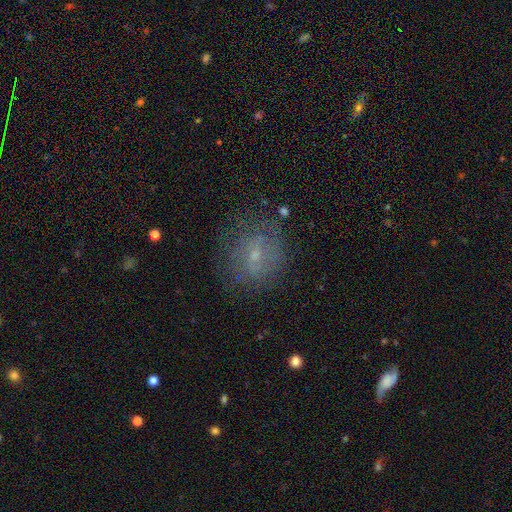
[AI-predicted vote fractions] Morphology: type=smooth (45%); merging=none (69%).